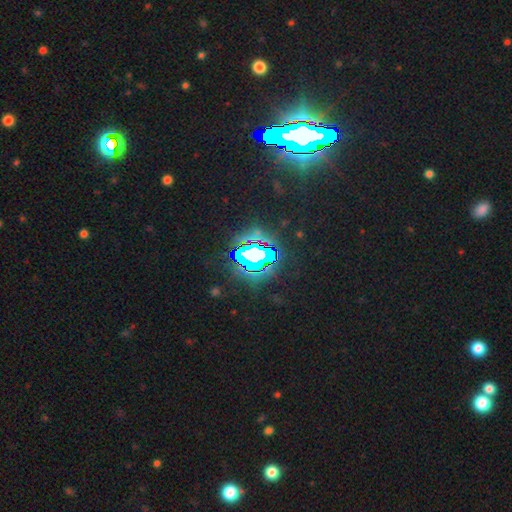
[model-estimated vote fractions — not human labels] Morphology: type=star or artifact (75%).